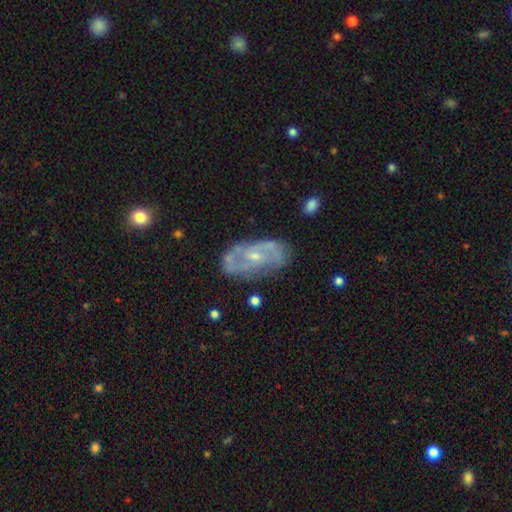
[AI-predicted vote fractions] This is likely a featured or disk galaxy (79%). It is clearly not viewed edge-on (95%). Bar: possibly no (52%). Spiral arm pattern: clearly yes (86%). Spiral arm count: possibly 2 (59%). Spiral winding: possibly medium (45%). Central bulge: likely small (68%). Merging: likely none (70%).